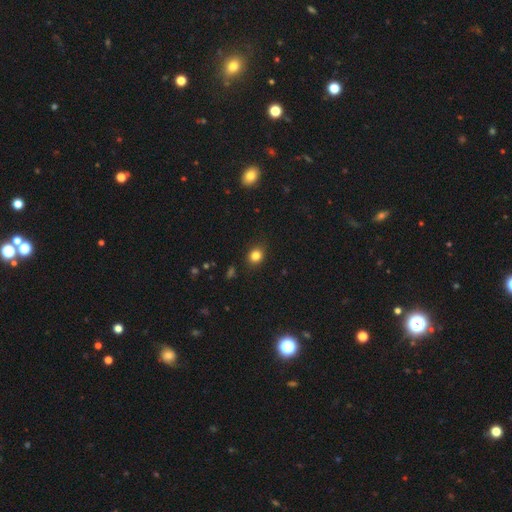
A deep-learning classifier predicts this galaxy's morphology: smooth_or_featured: smooth (p=0.83) [alt: star or artifact p=0.12]
how_rounded: round (p=0.65) [alt: in between p=0.34]
merging: none (p=0.86) [alt: minor disturbance p=0.10]